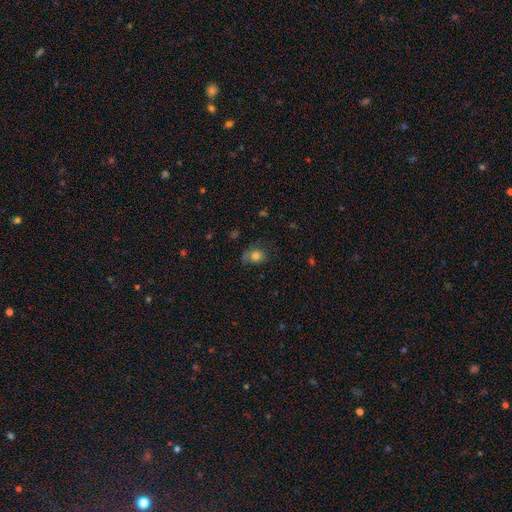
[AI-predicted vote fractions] Smooth or featured? Predicted: smooth (p=0.74). How rounded? Predicted: round (p=0.57). Merging? Predicted: none (p=0.57).